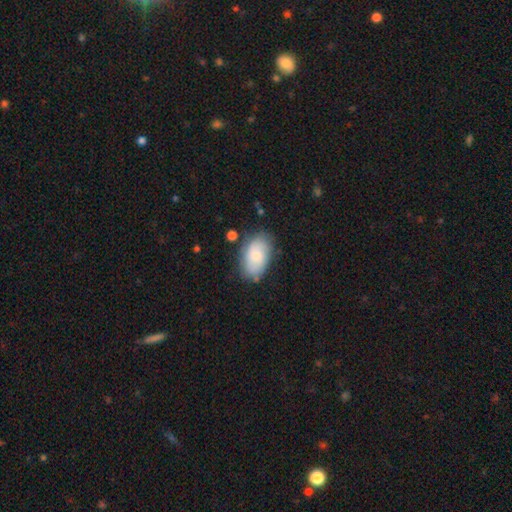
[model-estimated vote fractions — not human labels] smooth_or_featured: smooth (p=0.69) [alt: featured or disk p=0.24]
how_rounded: in between (p=0.90) [alt: round p=0.08]
merging: none (p=0.72) [alt: minor disturbance p=0.20]